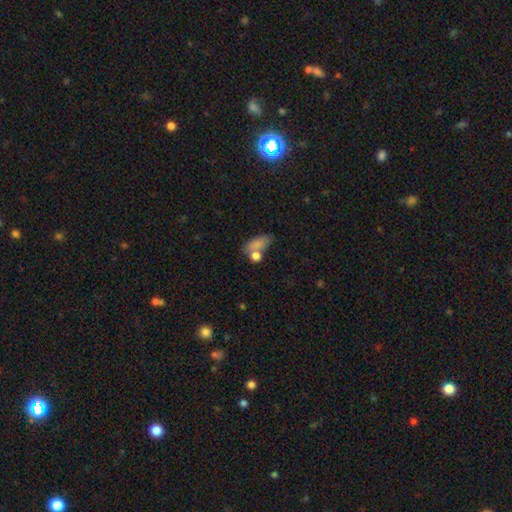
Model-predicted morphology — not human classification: A smooth galaxy with no disk features (78%) that is in between round and cigar-shaped (71%).

Vote fractions:
- Smooth or featured? smooth: 78% / featured or disk: 12% / star or artifact: 10%
- How rounded? in between: 71% / round: 23% / cigar-shaped: 6%
- Merging? none: 43% / merger: 33% / minor disturbance: 16% / major disturbance: 8%